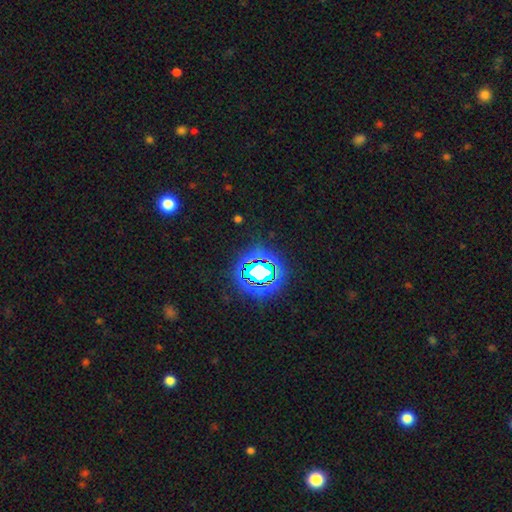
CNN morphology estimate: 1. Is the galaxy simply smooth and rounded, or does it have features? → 83% star or artifact, 11% smooth, 6% featured or disk.